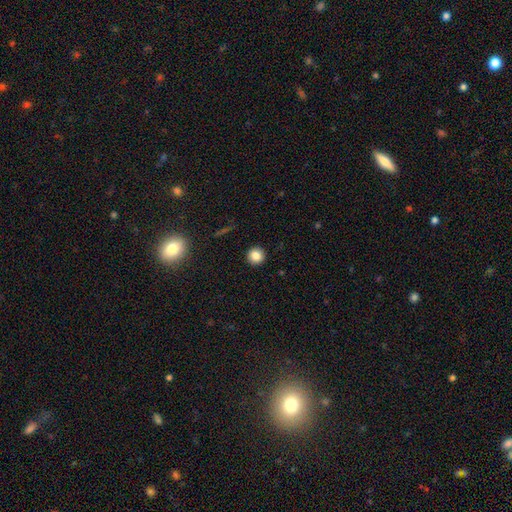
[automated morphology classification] A smooth galaxy with no disk features (84%) that is round (95%).

Vote fractions:
- Smooth or featured? smooth: 84% / star or artifact: 11% / featured or disk: 5%
- How rounded? round: 95% / in between: 4% / cigar-shaped: 1%
- Merging? none: 93% / minor disturbance: 5% / major disturbance: 2% / merger: 1%